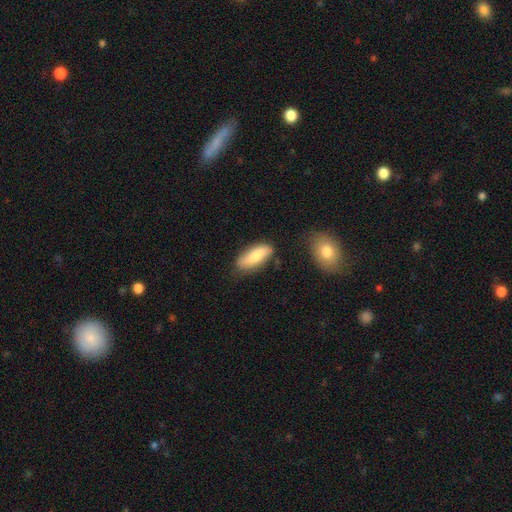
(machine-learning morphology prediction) smooth 79%, featured or disk 15%, star or artifact 6%. Down the decision tree: how rounded — in between (72%); merging — none (76%).